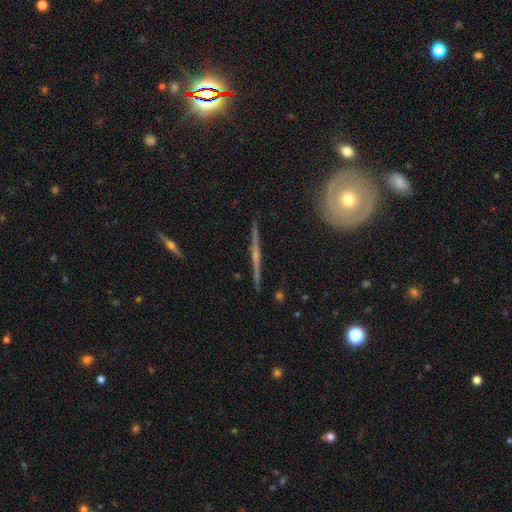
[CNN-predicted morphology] Smooth or featured: featured or disk — 81% (smooth — 12%)
Edge-on disk: yes — 97% (no — 3%)
Edge-on bulge: rounded — 74% (none — 19%)
Merging: none — 91% (minor disturbance — 6%)